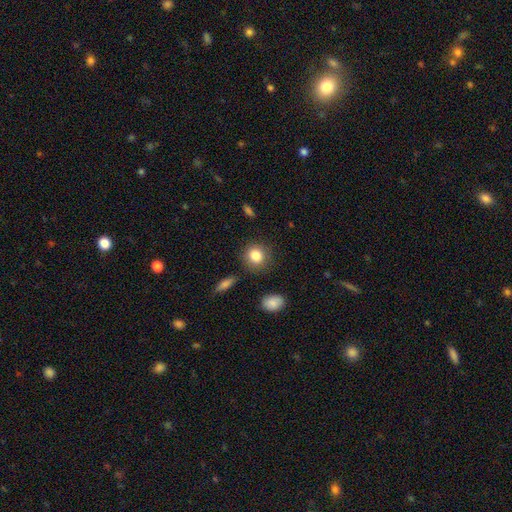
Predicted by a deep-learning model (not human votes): This appears to be a smooth galaxy with no disk features (84%) that is round (82%). Merging: none (85%).